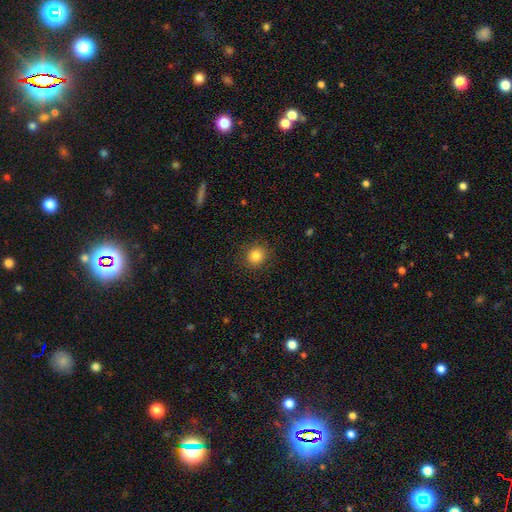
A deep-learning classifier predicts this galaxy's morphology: Smooth or featured: smooth — 84% (star or artifact — 11%)
How rounded: round — 89% (in between — 10%)
Merging: none — 89% (minor disturbance — 7%)